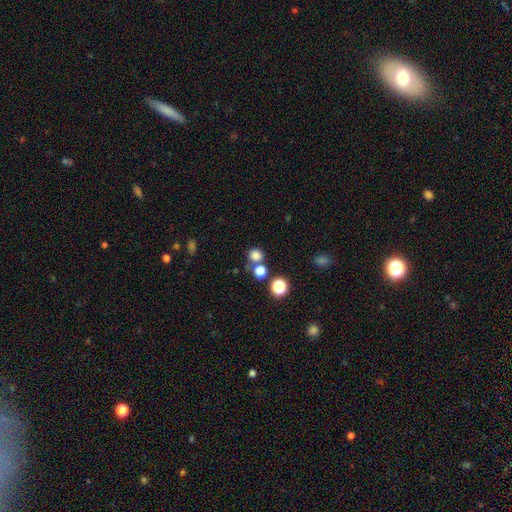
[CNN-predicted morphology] This appears to be a smooth galaxy with no disk features (78%) that is round (85%). Merging: none (64%).